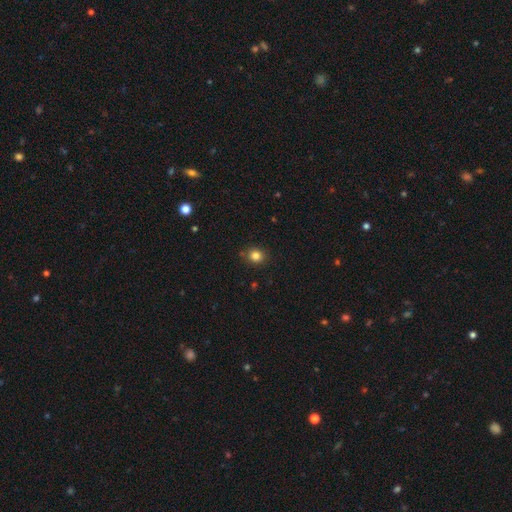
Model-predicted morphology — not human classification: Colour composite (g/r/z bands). It shows a smooth galaxy with no disk features (83%) that is round (82%). Merging: none (86%).